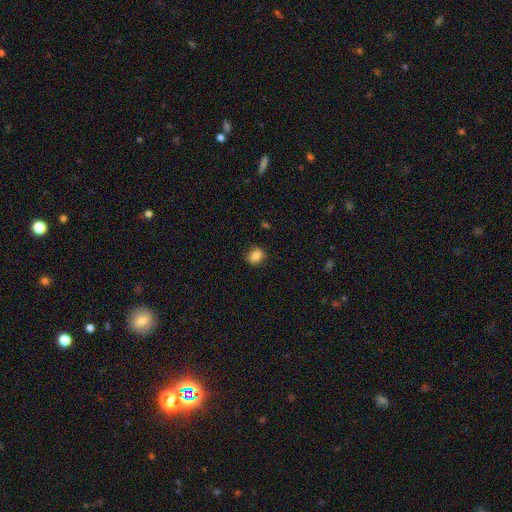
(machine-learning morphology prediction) Smooth or featured? smooth (85%)
How rounded? round (51%)
Merging? none (83%)